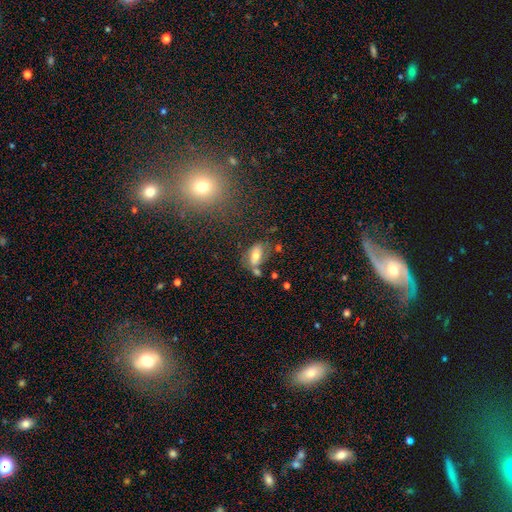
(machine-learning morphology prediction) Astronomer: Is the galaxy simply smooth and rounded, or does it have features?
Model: smooth — 64%.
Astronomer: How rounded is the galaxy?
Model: in between — 88%.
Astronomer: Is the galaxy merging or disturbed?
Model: none — 48% (runner-up: merger, 24%).